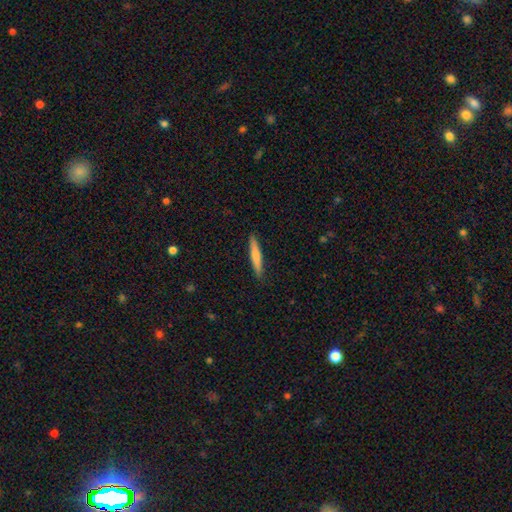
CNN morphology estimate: This is likely a smooth galaxy (69%). How rounded: clearly cigar-shaped (93%). Merging: clearly none (90%).